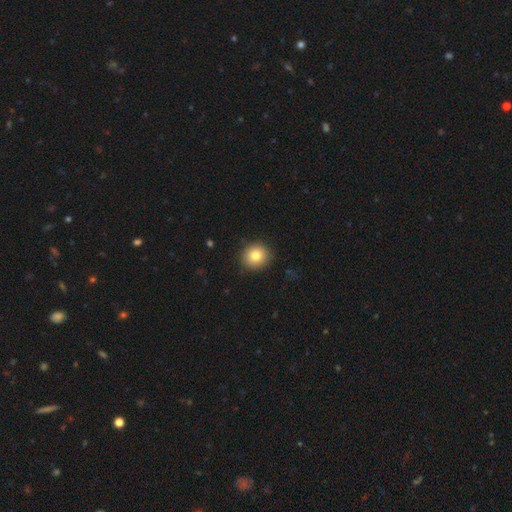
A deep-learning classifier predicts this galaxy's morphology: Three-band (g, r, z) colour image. It shows a smooth galaxy with no disk features (80%) that is round (89%). Merging: none (90%).